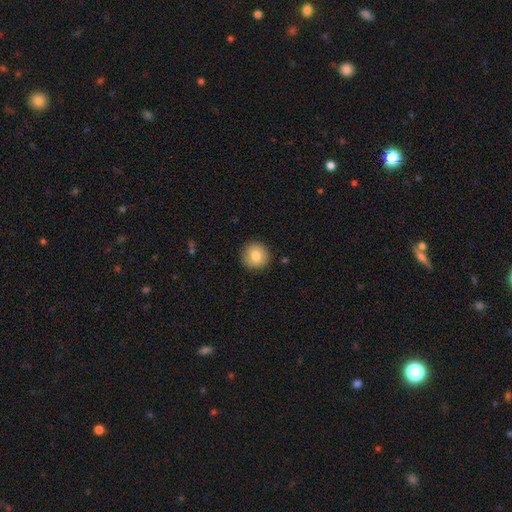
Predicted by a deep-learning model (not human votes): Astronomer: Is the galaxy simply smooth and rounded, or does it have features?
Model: smooth — 81%.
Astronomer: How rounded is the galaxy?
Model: round — 92%.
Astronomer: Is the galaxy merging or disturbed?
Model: none — 90%.